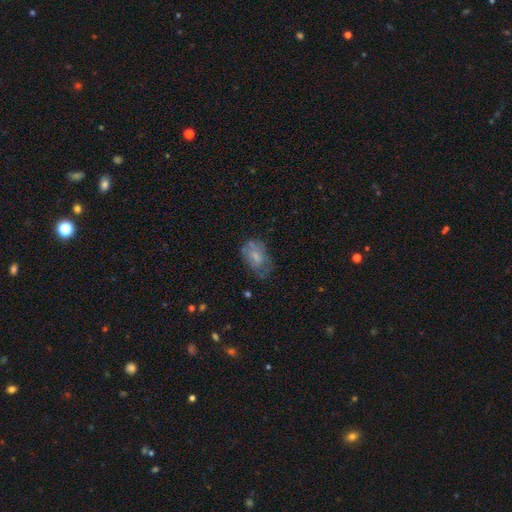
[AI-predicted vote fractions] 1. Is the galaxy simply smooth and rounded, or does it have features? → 57% smooth, 33% featured or disk, 9% star or artifact.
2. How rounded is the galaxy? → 84% in between, 15% round, 2% cigar-shaped.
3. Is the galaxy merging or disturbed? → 47% none, 31% minor disturbance, 18% major disturbance, 3% merger.